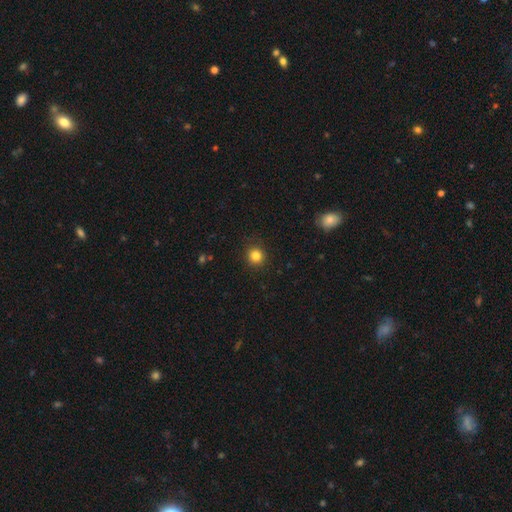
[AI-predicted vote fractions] Smooth or featured? Predicted: smooth (p=0.83). How rounded? Predicted: round (p=0.92). Merging? Predicted: none (p=0.90).